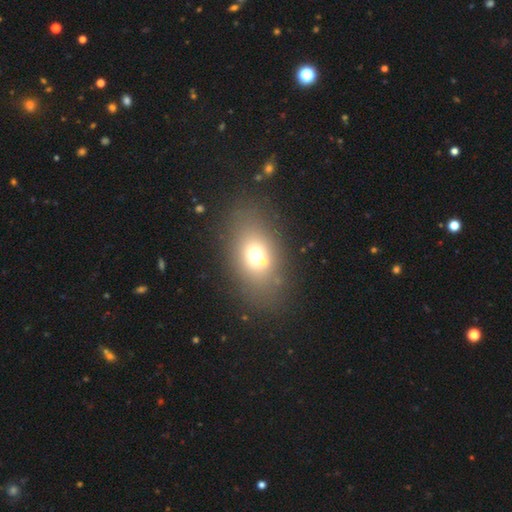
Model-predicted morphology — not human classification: This is likely a smooth galaxy (63%). How rounded: likely in between (66%). Merging: likely none (61%).